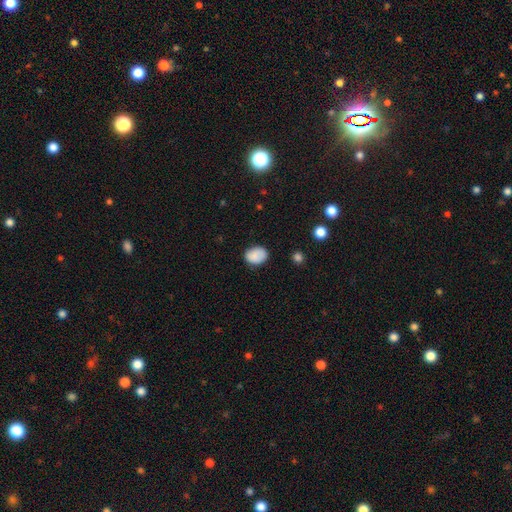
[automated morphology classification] smooth-or-featured: smooth: 85% | star or artifact: 8% | featured or disk: 8%
  how-rounded: in between: 65% | round: 34% | cigar-shaped: 1%
  merging: none: 78% | minor disturbance: 17% | major disturbance: 3% | merger: 2%